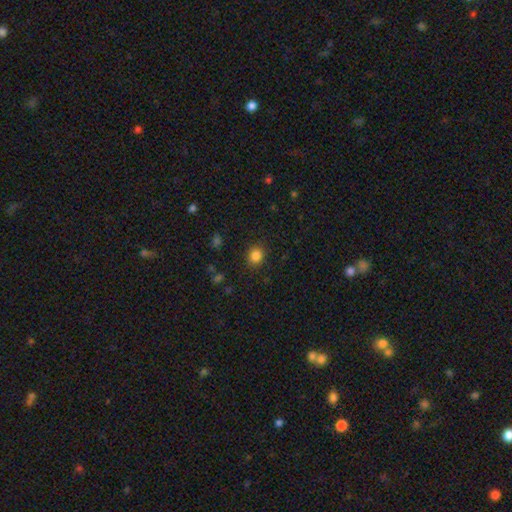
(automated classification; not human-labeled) smooth 84%, star or artifact 12%, featured or disk 4%. Down the decision tree: how rounded — round (76%); merging — none (89%).